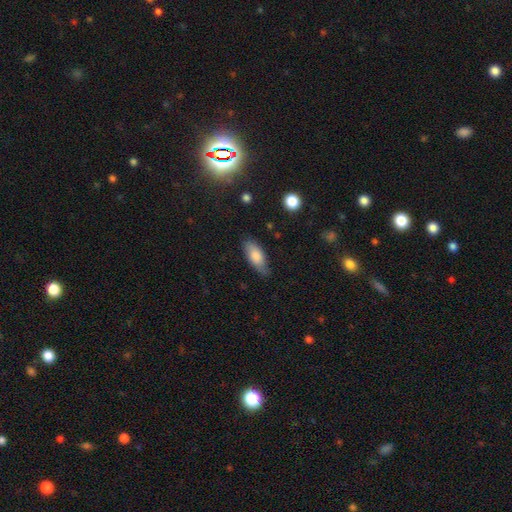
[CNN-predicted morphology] smooth 80%, featured or disk 14%, star or artifact 6%. Down the decision tree: how rounded — in between (82%); merging — none (72%).